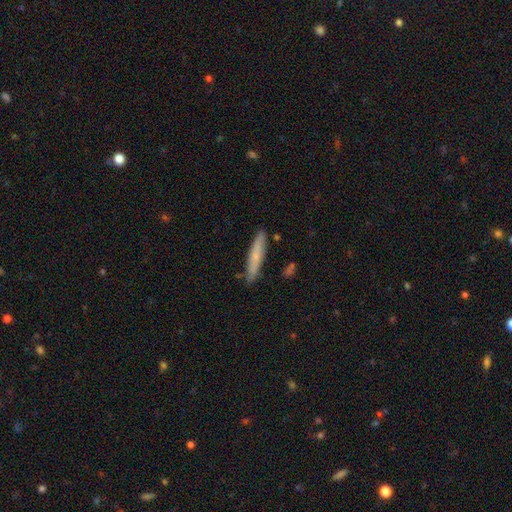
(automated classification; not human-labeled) Q: Smooth or featured?
A: smooth (62%); runner-up: featured or disk (32%)
Q: How rounded?
A: cigar-shaped (90%); runner-up: in between (9%)
Q: Merging?
A: none (84%); runner-up: minor disturbance (12%)